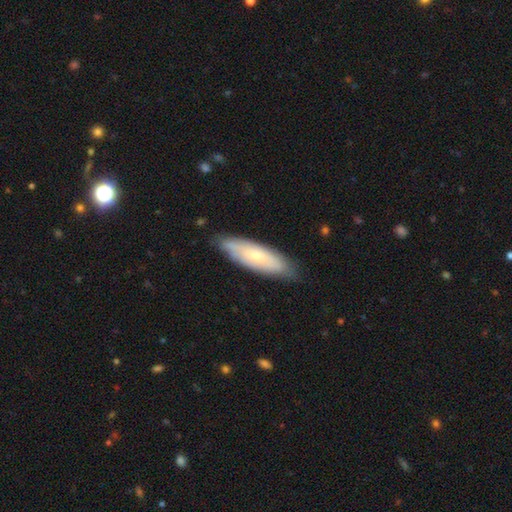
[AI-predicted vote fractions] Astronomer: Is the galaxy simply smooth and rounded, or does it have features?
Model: smooth — 50% (runner-up: featured or disk, 44%).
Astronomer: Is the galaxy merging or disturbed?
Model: none — 80%.